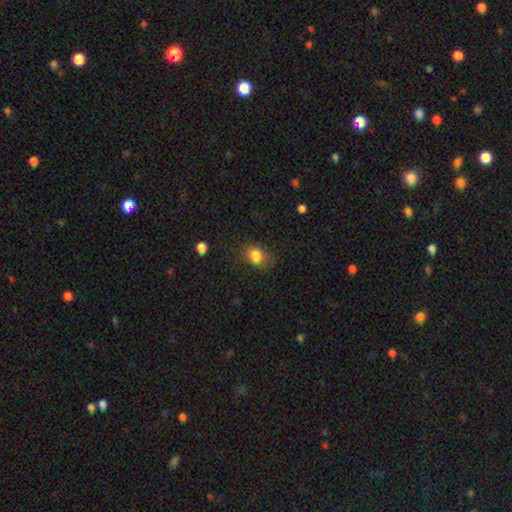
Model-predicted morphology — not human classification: Smooth or featured? Predicted: smooth (p=0.84). How rounded? Predicted: in between (p=0.55). Merging? Predicted: none (p=0.72).